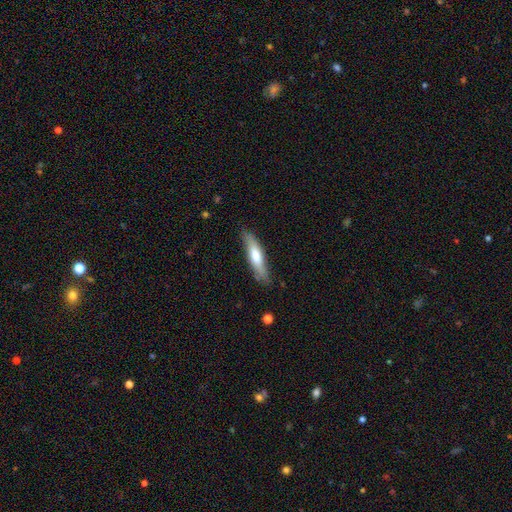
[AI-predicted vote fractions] Q: Smooth or featured?
A: smooth (61%); runner-up: featured or disk (34%)
Q: How rounded?
A: cigar-shaped (78%); runner-up: in between (21%)
Q: Merging?
A: none (81%); runner-up: minor disturbance (15%)